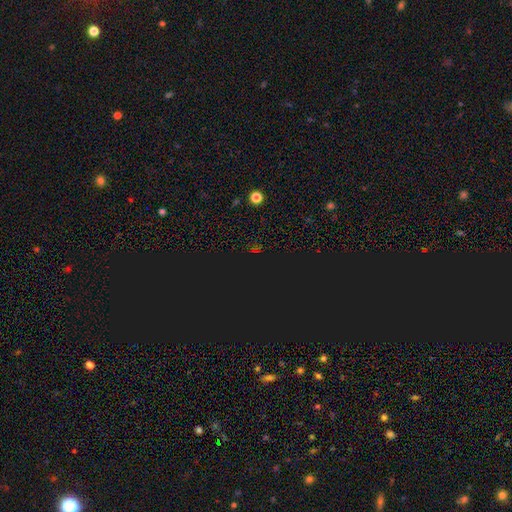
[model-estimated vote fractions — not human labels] A star or artifact, not a galaxy (76%).